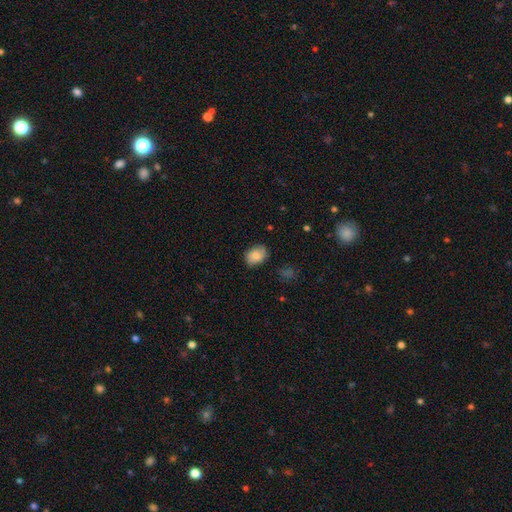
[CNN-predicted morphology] Smooth or featured? Predicted: smooth (p=0.80). How rounded? Predicted: in between (p=0.74). Merging? Predicted: none (p=0.73).